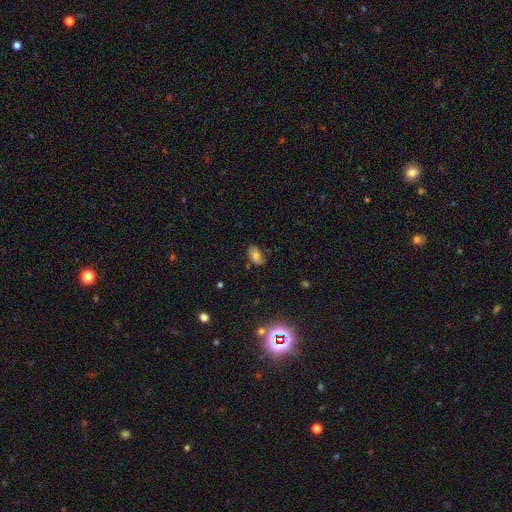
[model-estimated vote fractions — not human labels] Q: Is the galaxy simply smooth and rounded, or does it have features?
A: smooth — 74%.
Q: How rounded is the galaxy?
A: in between — 92%.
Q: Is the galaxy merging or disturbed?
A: none — 74%.